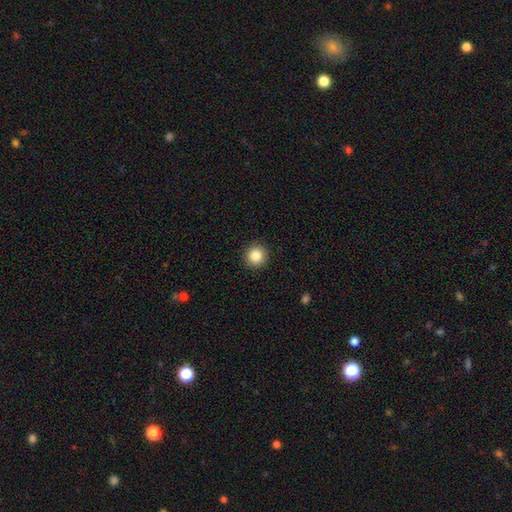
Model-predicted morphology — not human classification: A smooth galaxy with no disk features (85%) that is round (94%). Merging: none (93%).